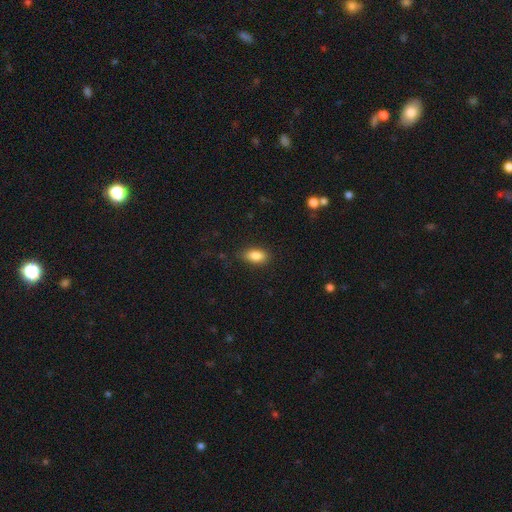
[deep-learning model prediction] This appears to be a smooth galaxy with no disk features (87%) that is in between round and cigar-shaped (90%). Merging: none (83%).